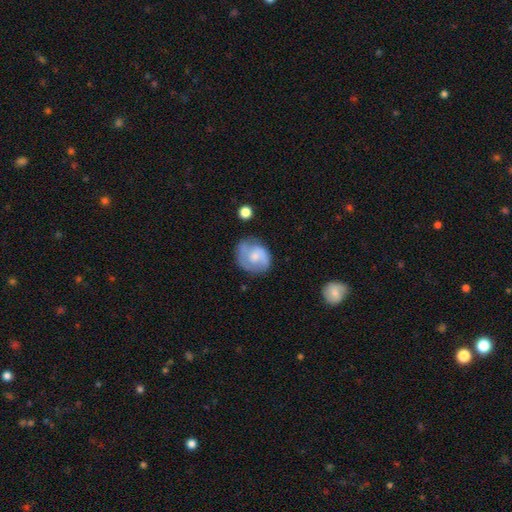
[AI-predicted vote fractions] A featured or disk galaxy (56%) with no bar (60%), spiral arms (83%) and a small central bulge (41%, tied with moderate).

Vote fractions:
- Smooth or featured? featured or disk: 56% / smooth: 37% / star or artifact: 7%
- Edge-on disk? no: 97% / yes: 3%
- Bar? no: 60% / weak: 34% / strong: 6%
- Spiral arms? yes: 83% / no: 17%
- Bulge size? small: 41% (tied) / moderate: 41% (tied) / none: 11% / large: 6% / dominant: 1%
- Merging? none: 60% / minor disturbance: 25% / major disturbance: 11% / merger: 3%